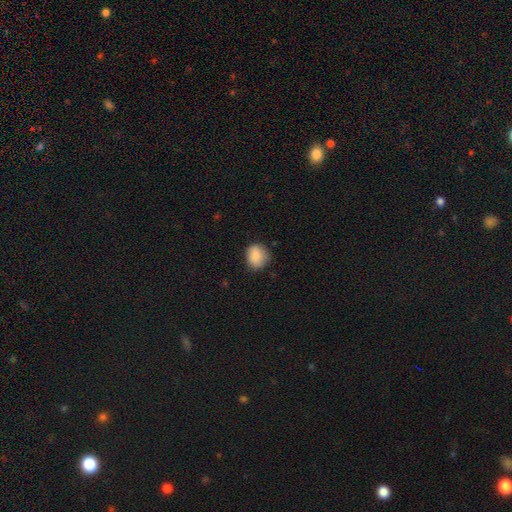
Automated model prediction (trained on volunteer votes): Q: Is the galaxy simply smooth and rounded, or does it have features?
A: smooth — 87%.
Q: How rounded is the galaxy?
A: round — 74%.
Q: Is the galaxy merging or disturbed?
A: none — 78%.